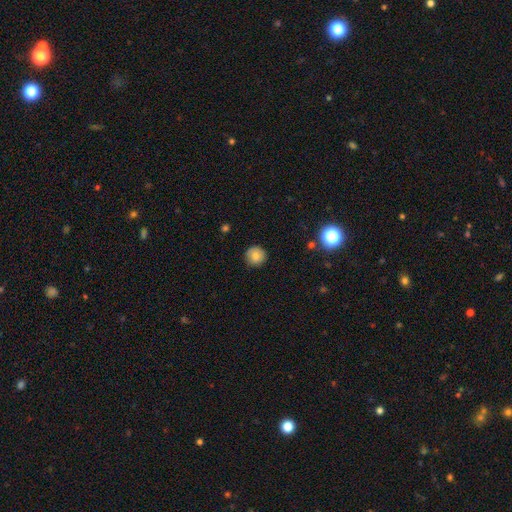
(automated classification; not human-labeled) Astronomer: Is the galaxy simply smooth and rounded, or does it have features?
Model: smooth — 77%.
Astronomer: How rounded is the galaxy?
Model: round — 94%.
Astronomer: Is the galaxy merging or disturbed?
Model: none — 86%.